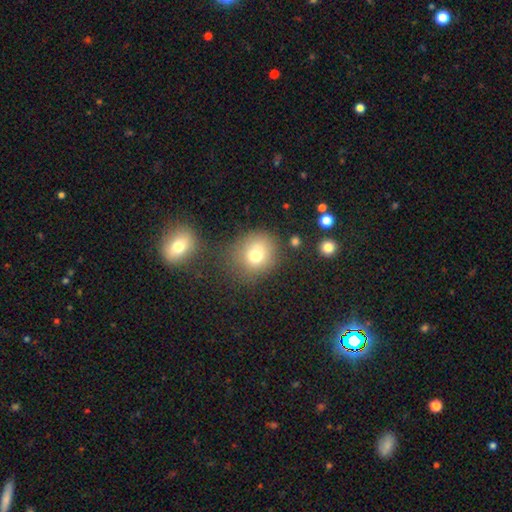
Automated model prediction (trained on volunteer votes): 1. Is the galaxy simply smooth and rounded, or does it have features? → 75% smooth, 14% star or artifact, 11% featured or disk.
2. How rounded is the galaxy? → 79% round, 20% in between, 1% cigar-shaped.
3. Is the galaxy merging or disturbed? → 70% none, 15% minor disturbance, 9% merger, 7% major disturbance.